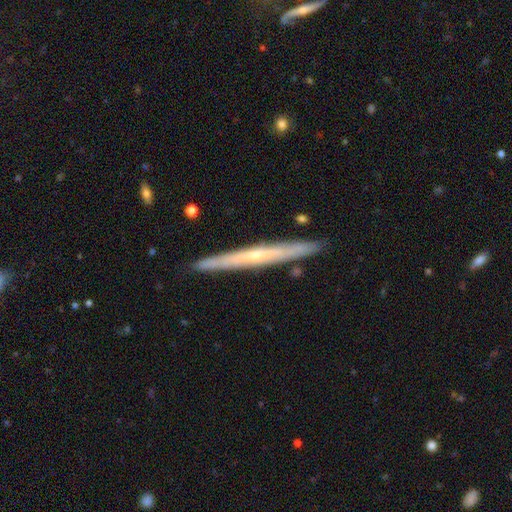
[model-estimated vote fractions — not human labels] Q: Smooth or featured?
A: featured or disk (67%); runner-up: smooth (27%)
Q: Edge-on disk?
A: yes (96%); runner-up: no (4%)
Q: Edge-on bulge?
A: none (51%); runner-up: rounded (46%)
Q: Merging?
A: none (91%); runner-up: minor disturbance (7%)